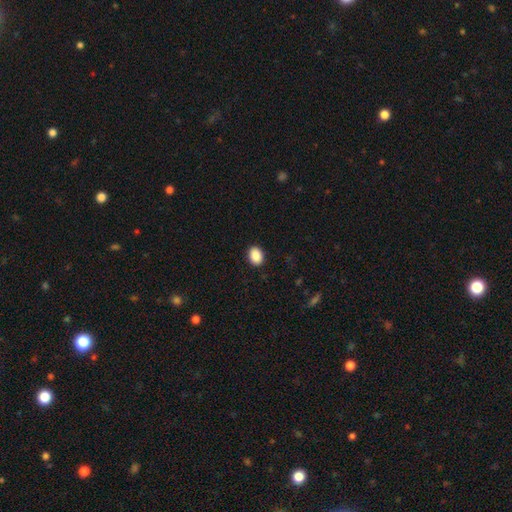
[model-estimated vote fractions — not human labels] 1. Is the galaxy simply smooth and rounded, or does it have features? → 90% smooth, 8% star or artifact, 2% featured or disk.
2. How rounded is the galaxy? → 69% in between, 30% round, 1% cigar-shaped.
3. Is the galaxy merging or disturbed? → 90% none, 7% minor disturbance, 2% major disturbance, 1% merger.